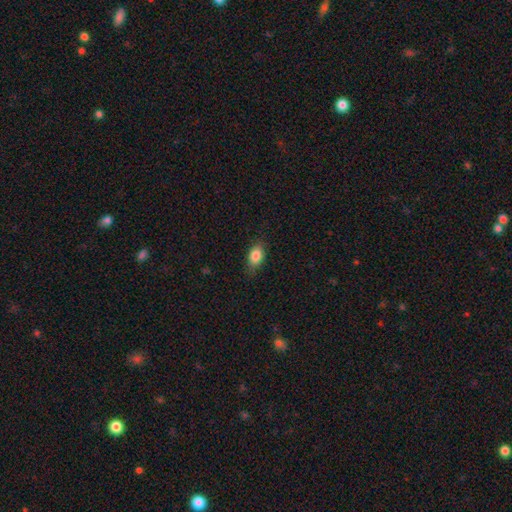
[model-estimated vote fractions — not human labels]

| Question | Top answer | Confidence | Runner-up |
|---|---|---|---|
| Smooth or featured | smooth | 84% | star or artifact (8%) |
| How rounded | in between | 84% | round (11%) |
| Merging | none | 80% | minor disturbance (16%) |